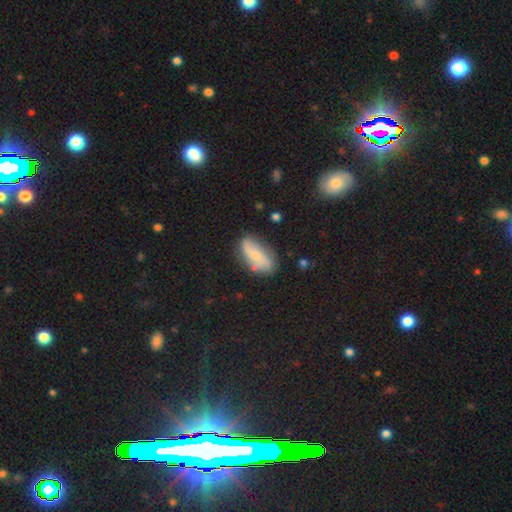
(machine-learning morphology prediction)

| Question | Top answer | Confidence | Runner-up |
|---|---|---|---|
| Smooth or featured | featured or disk | 55% | smooth (37%) |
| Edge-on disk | no | 90% | yes (10%) |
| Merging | none | 68% | minor disturbance (21%) |